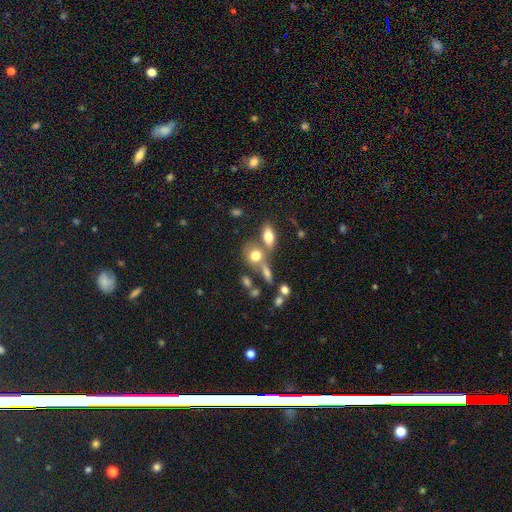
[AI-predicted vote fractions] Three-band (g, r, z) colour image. It shows a smooth galaxy with no disk features (72%) that is round (54%). Merging: none (42%).